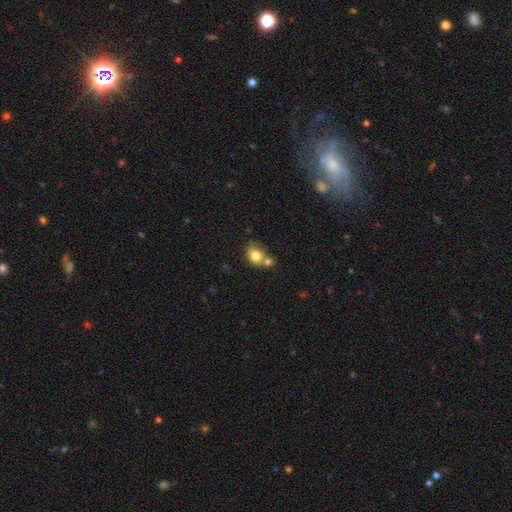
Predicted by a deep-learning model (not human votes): This appears to be a smooth galaxy with no disk features (79%) that is round (51%). Merging: merger (41%).